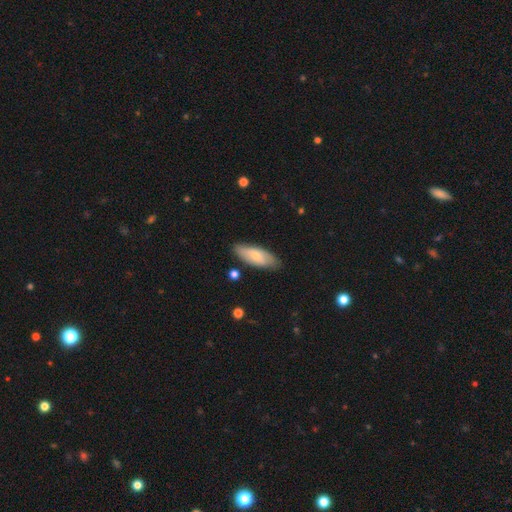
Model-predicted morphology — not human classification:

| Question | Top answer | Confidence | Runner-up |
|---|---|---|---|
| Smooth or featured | smooth | 62% | featured or disk (32%) |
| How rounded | in between | 74% | cigar-shaped (23%) |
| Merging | none | 80% | minor disturbance (15%) |